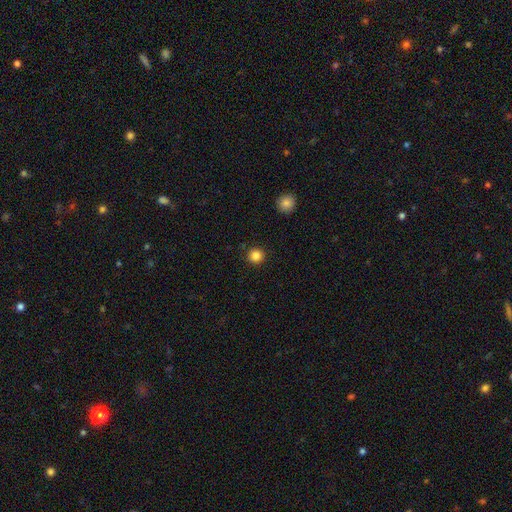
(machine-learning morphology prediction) Smooth or featured? Predicted: smooth (p=0.84). How rounded? Predicted: round (p=0.95). Merging? Predicted: none (p=0.91).